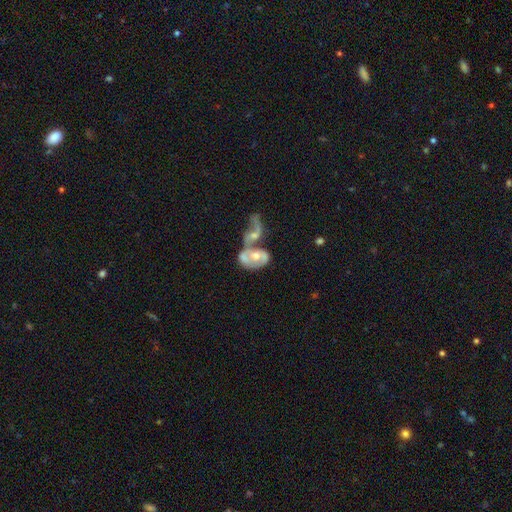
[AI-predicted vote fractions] Overall: featured or disk (64%; smooth 29%). Edge-on disk: no (96%). Bar: no (71%). Spiral arms: yes (55%; no 45%). Bulge size: moderate (65%). Merging: merger (72%).